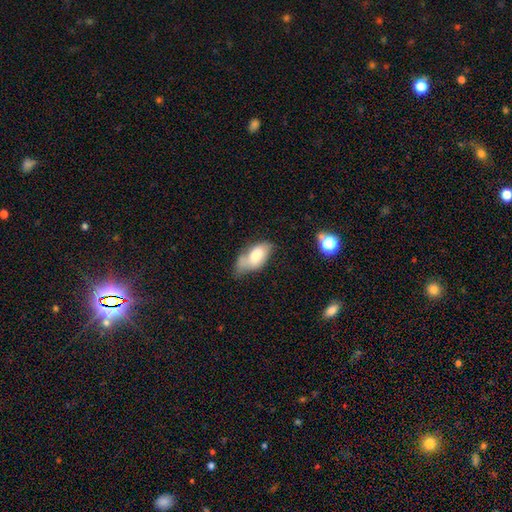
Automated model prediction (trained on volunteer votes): Overall: smooth (66%). How rounded: in between (91%). Merging: minor disturbance (38%; none 33%).